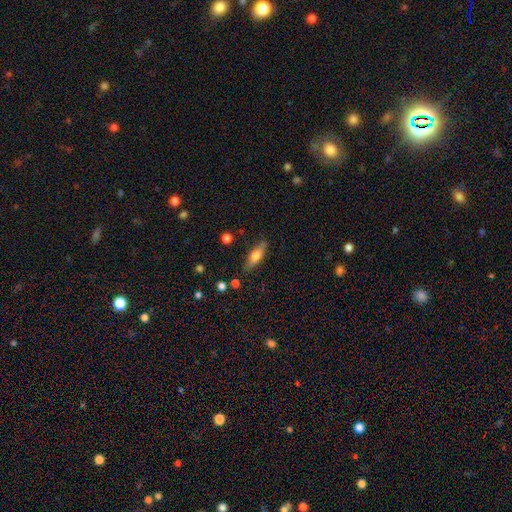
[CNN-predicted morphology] Smooth or featured?
  - smooth: 60% *
  - featured or disk: 33%
  - star or artifact: 7%
How rounded?
  - cigar-shaped: 59% *
  - in between: 39%
  - round: 3%
Merging?
  - none: 83% *
  - minor disturbance: 12%
  - major disturbance: 3%
  - merger: 2%